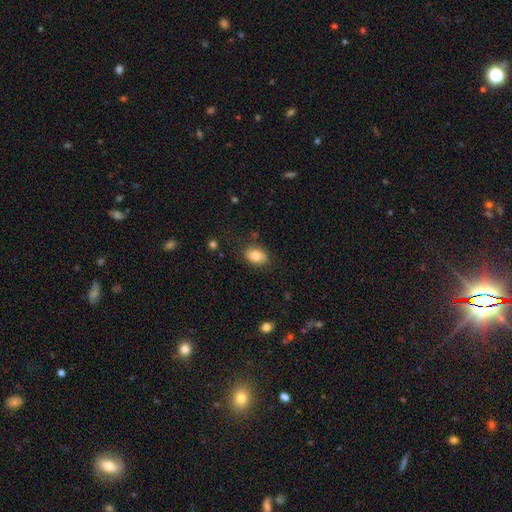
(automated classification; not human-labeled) smooth-or-featured: smooth: 80% | featured or disk: 11% | star or artifact: 8%
  how-rounded: in between: 81% | round: 18% | cigar-shaped: 1%
  merging: none: 77% | minor disturbance: 17% | major disturbance: 4% | merger: 2%